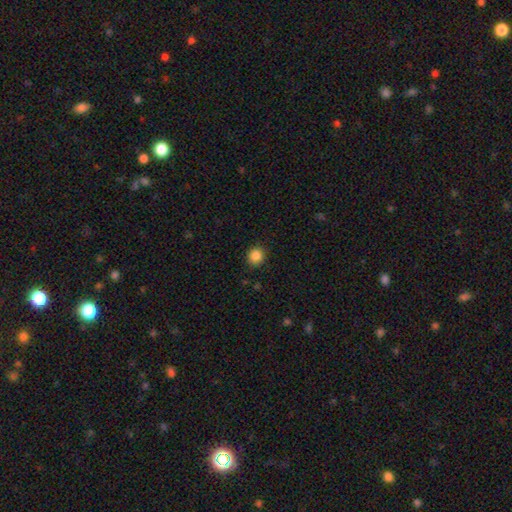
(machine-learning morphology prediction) type=smooth (87%); roundness=round (90%); merging=none (90%).